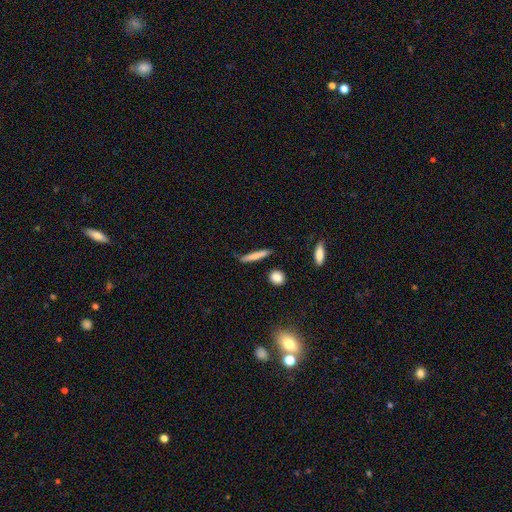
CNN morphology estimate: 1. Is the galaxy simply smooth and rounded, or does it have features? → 73% smooth, 20% featured or disk, 7% star or artifact.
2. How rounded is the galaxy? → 91% cigar-shaped, 7% in between, 2% round.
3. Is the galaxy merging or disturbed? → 79% none, 14% minor disturbance, 3% merger, 3% major disturbance.